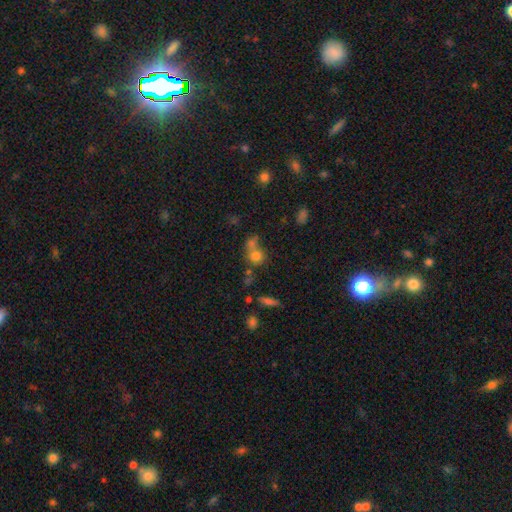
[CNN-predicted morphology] smooth 72%, star or artifact 15%, featured or disk 13%. Down the decision tree: how rounded — round (75%); merging — merger (49%).